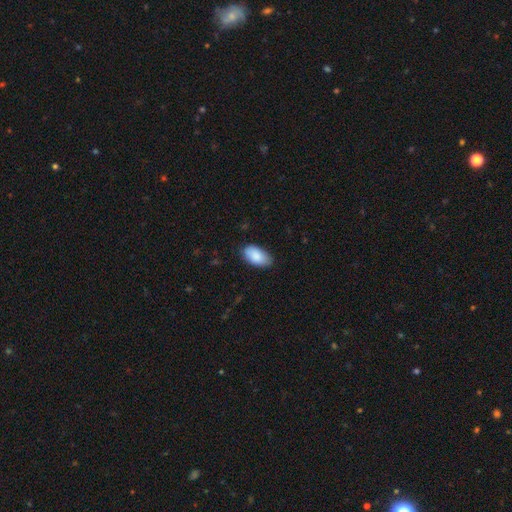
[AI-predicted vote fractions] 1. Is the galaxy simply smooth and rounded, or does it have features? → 89% smooth, 6% star or artifact, 6% featured or disk.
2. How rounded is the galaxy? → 95% in between, 3% round, 2% cigar-shaped.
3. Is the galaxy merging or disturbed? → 79% none, 18% minor disturbance, 3% major disturbance, 1% merger.